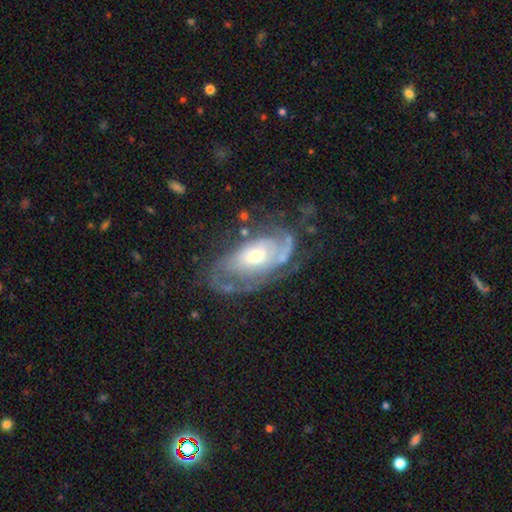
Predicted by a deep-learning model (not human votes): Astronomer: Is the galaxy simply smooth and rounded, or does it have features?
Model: featured or disk — 81%.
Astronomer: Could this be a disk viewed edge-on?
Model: no — 93%.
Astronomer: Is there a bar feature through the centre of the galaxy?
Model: no — 72%.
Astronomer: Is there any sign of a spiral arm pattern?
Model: yes — 86%.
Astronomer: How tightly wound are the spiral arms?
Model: tight — 55% (runner-up: medium, 32%).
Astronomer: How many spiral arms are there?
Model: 2 — 39% (runner-up: can't tell, 34%).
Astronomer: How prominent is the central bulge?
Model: moderate — 56% (runner-up: small, 36%).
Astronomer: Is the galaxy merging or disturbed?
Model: none — 59%.